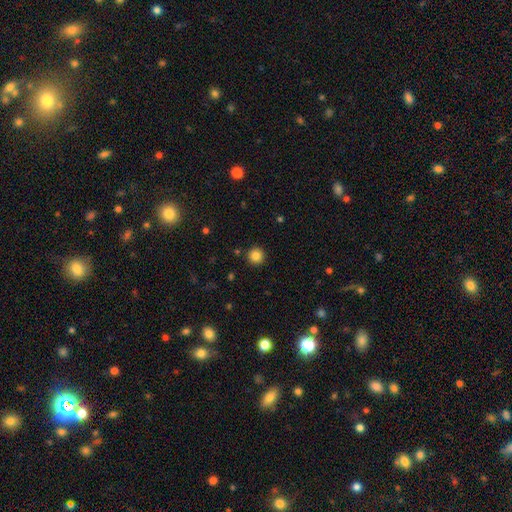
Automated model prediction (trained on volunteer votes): A smooth galaxy with no disk features (84%) that is round (96%).

Vote fractions:
- Smooth or featured? smooth: 84% / star or artifact: 11% / featured or disk: 5%
- How rounded? round: 96% / in between: 3% / cigar-shaped: 1%
- Merging? none: 92% / minor disturbance: 5% / major disturbance: 2% / merger: 2%